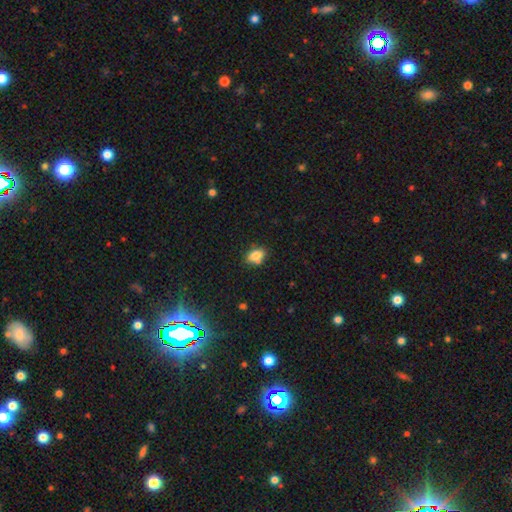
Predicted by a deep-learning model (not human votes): smooth 77%, featured or disk 12%, star or artifact 10%. Down the decision tree: how rounded — in between (77%); merging — none (60%).